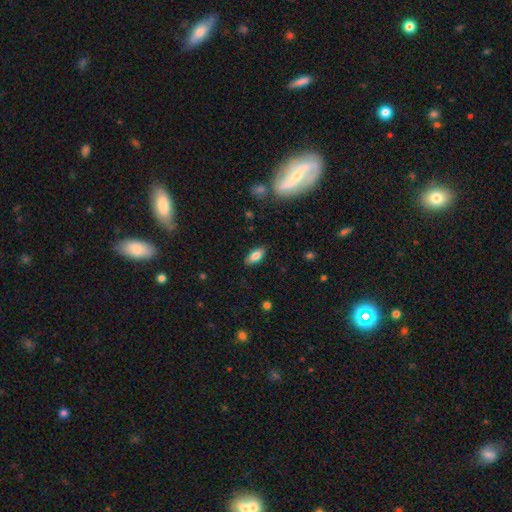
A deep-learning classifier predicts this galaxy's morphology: A smooth galaxy with no disk features (78%) that is in between round and cigar-shaped (85%). Merging: none (86%).